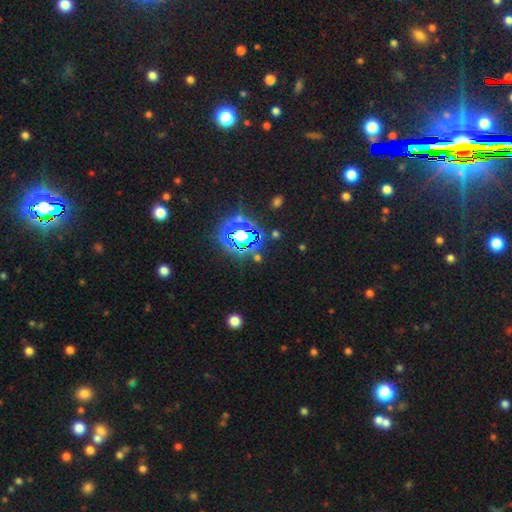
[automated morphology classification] Smooth or featured? star or artifact (78%)